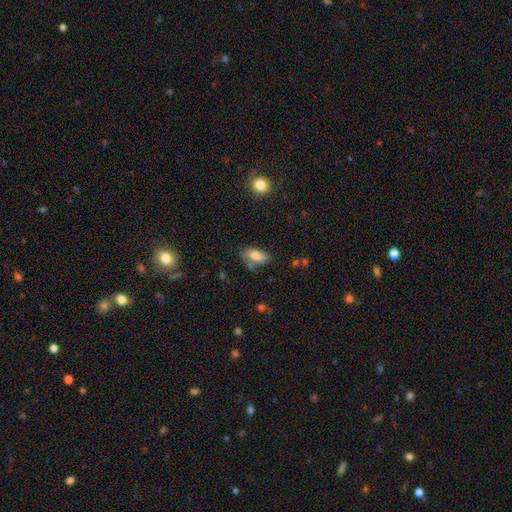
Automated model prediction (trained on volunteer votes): Smooth or featured?
  - smooth: 82% *
  - featured or disk: 10%
  - star or artifact: 8%
How rounded?
  - in between: 90% *
  - cigar-shaped: 7%
  - round: 4%
Merging?
  - none: 57% *
  - minor disturbance: 26%
  - merger: 10%
  - major disturbance: 8%